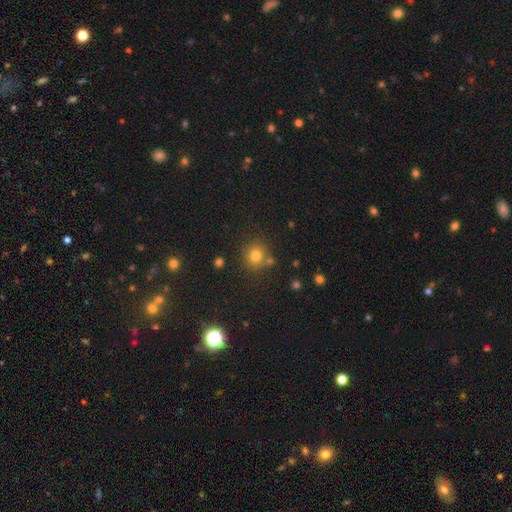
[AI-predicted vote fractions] A smooth galaxy with no disk features (77%) that is round (86%). Merging: none (75%).